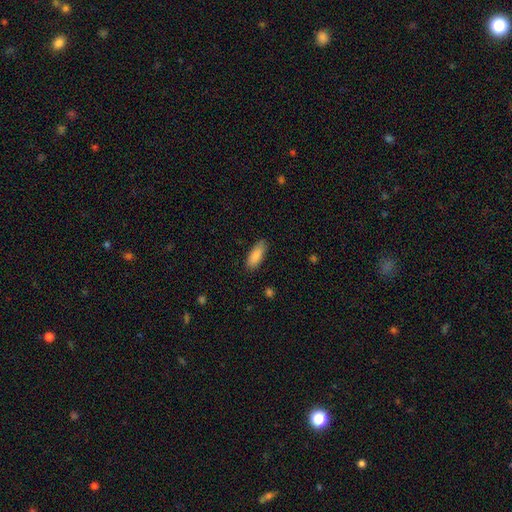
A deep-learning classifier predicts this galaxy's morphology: Smooth or featured? Predicted: smooth (p=0.86). How rounded? Predicted: in between (p=0.76). Merging? Predicted: none (p=0.82).